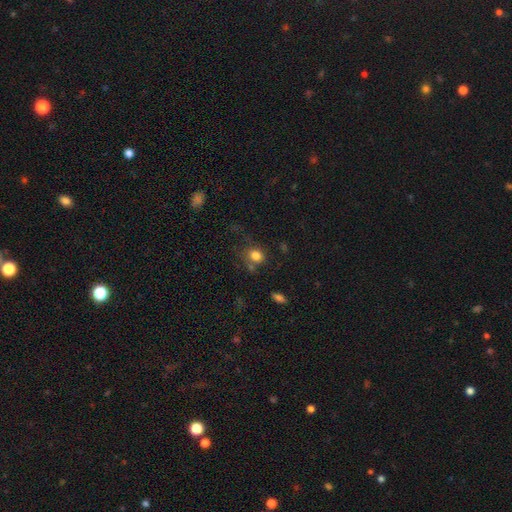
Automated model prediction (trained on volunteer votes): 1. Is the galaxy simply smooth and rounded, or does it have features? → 80% smooth, 12% star or artifact, 8% featured or disk.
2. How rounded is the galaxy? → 70% round, 29% in between, 1% cigar-shaped.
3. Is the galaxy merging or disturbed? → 62% none, 18% minor disturbance, 10% major disturbance, 9% merger.